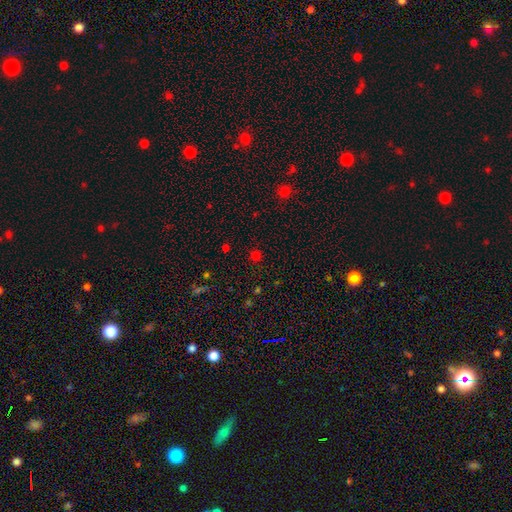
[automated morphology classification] The model was most divided on "smooth or featured": smooth: 68%, star or artifact: 28%, featured or disk: 4%. More confident: how rounded — round (92%); merging — none (87%).